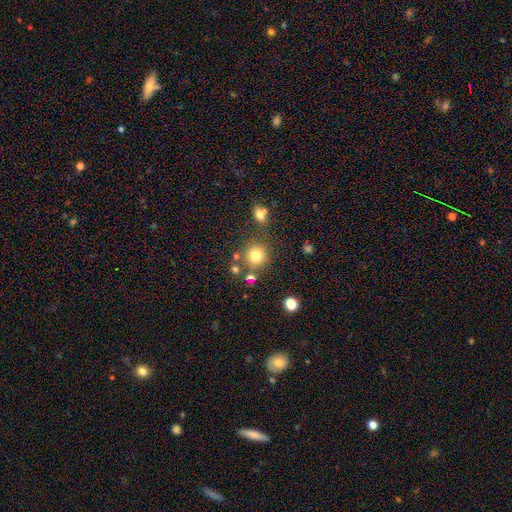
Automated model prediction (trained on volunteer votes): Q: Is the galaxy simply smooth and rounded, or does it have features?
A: smooth — 77%.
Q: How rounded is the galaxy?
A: round — 91%.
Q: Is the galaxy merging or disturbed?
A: none — 79%.